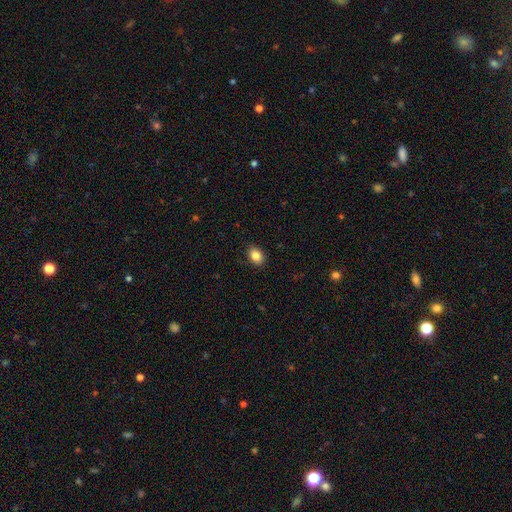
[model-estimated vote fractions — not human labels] Q: Smooth or featured?
A: smooth (86%); runner-up: star or artifact (9%)
Q: How rounded?
A: in between (75%); runner-up: round (24%)
Q: Merging?
A: none (87%); runner-up: minor disturbance (10%)